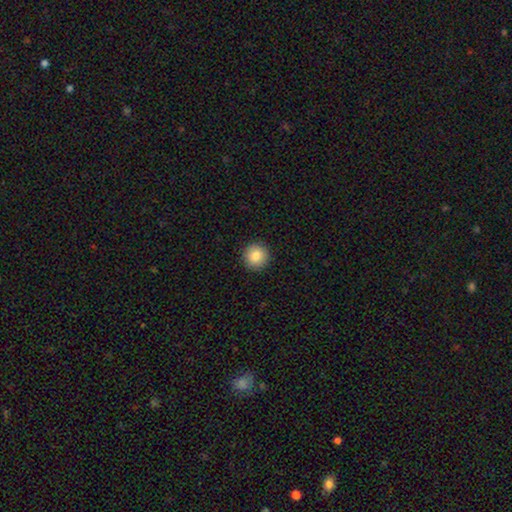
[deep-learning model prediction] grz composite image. It shows a smooth galaxy with no disk features (85%) that is round (95%). Merging: none (93%).